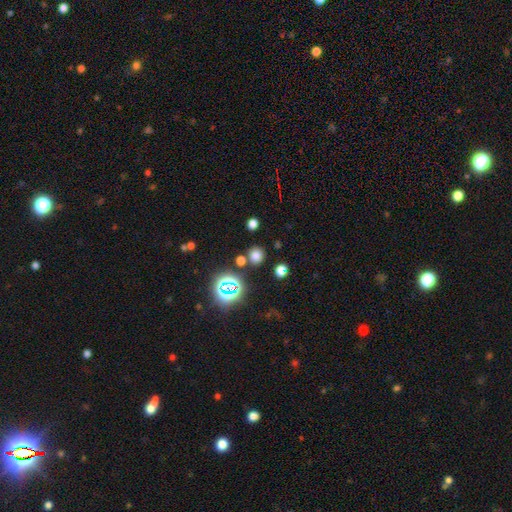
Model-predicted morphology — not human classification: A smooth galaxy with no disk features (67%) that is round (88%).

Vote fractions:
- Smooth or featured? smooth: 67% / star or artifact: 26% / featured or disk: 6%
- How rounded? round: 88% / in between: 11% / cigar-shaped: 1%
- Merging? none: 81% / merger: 8% / minor disturbance: 7% / major disturbance: 3%